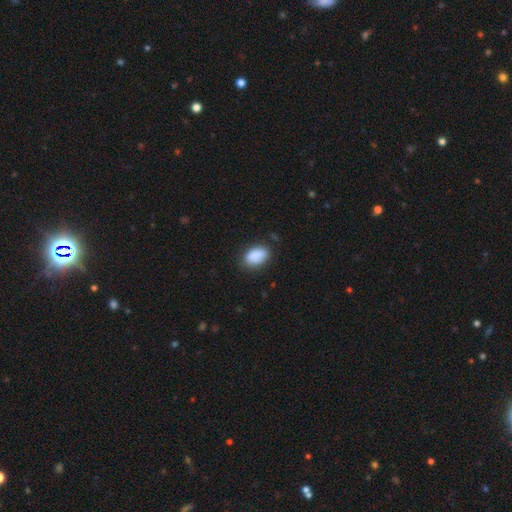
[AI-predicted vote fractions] smooth_or_featured: smooth (p=0.89) [alt: star or artifact p=0.07]
how_rounded: in between (p=0.89) [alt: round p=0.10]
merging: none (p=0.81) [alt: minor disturbance p=0.14]